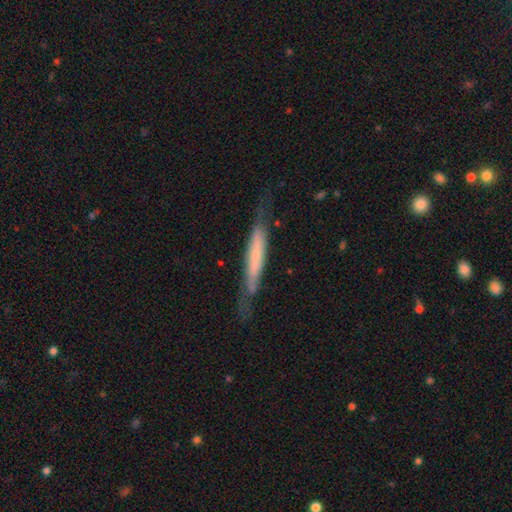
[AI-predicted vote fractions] featured or disk 54%, smooth 40%, star or artifact 6%. Down the decision tree: edge-on disk — yes (78%); merging — none (65%).